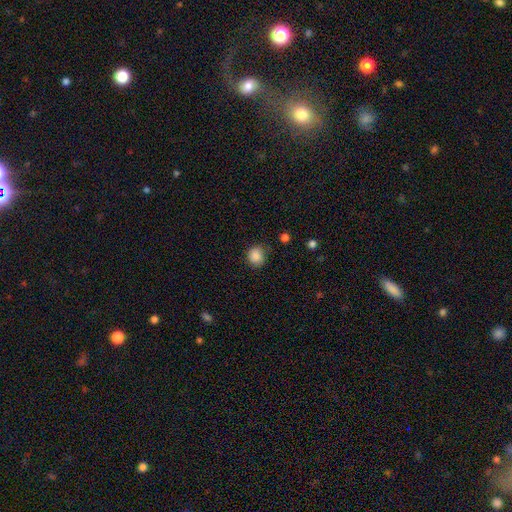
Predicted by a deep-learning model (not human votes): smooth 87%, star or artifact 10%, featured or disk 4%. Down the decision tree: how rounded — round (81%); merging — none (78%).